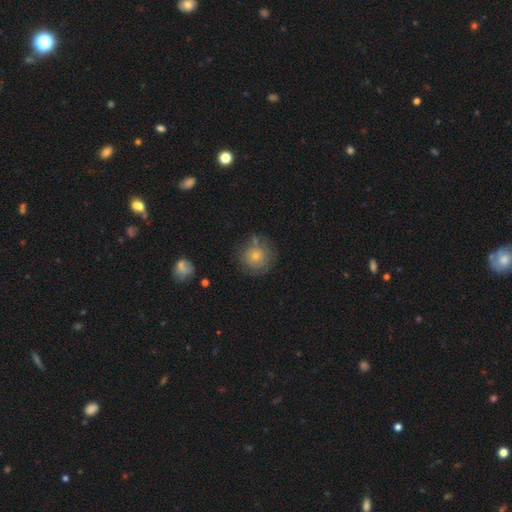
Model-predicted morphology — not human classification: This is possibly a smooth galaxy (58%). How rounded: clearly round (92%). Merging: likely none (65%).